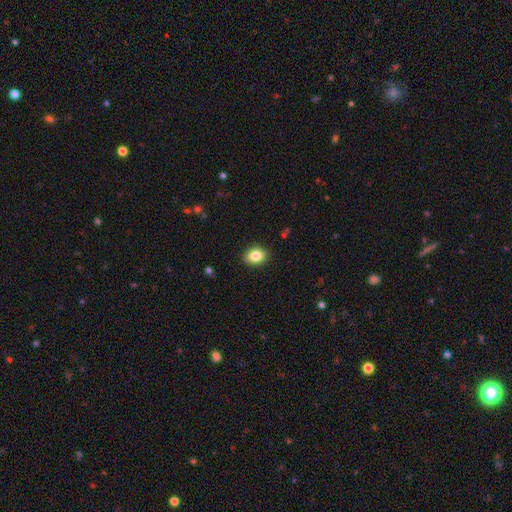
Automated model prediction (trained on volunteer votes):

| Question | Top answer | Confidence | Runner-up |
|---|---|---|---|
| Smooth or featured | smooth | 85% | star or artifact (9%) |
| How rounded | in between | 60% | round (39%) |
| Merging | none | 89% | minor disturbance (8%) |